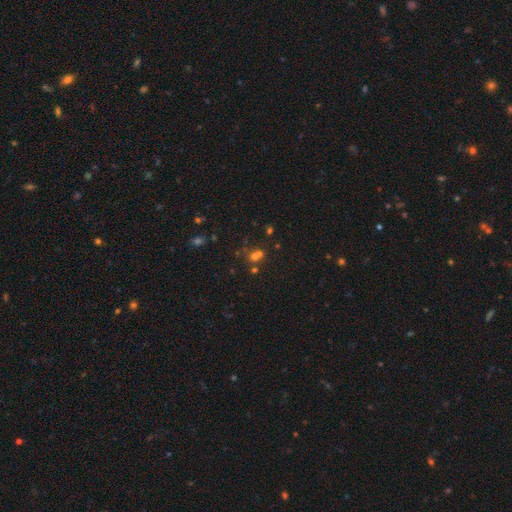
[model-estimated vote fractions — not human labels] Smooth or featured?
  - smooth: 53% *
  - star or artifact: 31%
  - featured or disk: 16%
How rounded?
  - round: 82% *
  - in between: 17%
  - cigar-shaped: 1%
Merging?
  - merger: 45% *
  - none: 44%
  - minor disturbance: 7%
  - major disturbance: 4%